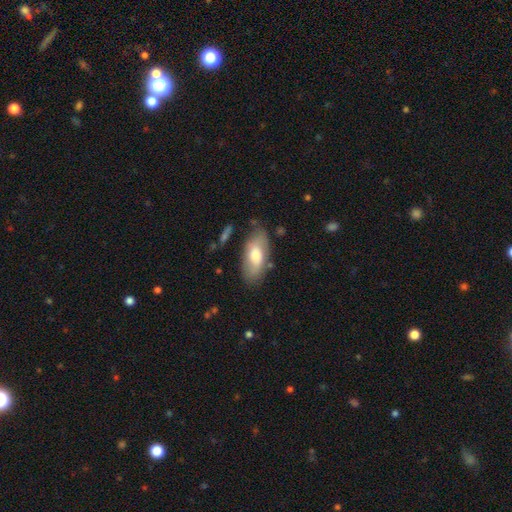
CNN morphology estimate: Smooth or featured? smooth (66%)
How rounded? in between (89%)
Merging? none (75%)